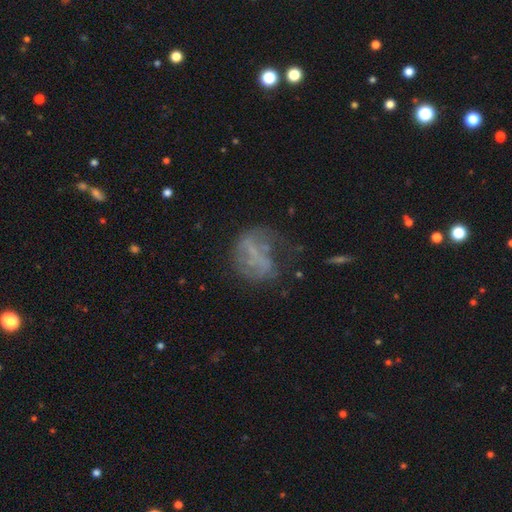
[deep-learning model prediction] Q: Smooth or featured?
A: featured or disk (52%); runner-up: smooth (30%)
Q: Edge-on disk?
A: no (97%); runner-up: yes (3%)
Q: Merging?
A: none (39%); runner-up: major disturbance (34%)